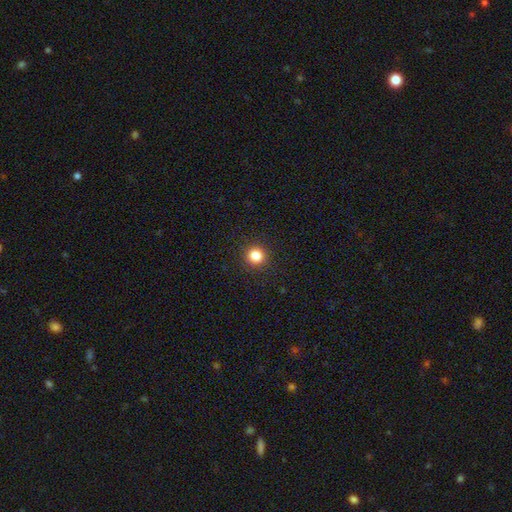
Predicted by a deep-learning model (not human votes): Smooth or featured? smooth (84%)
How rounded? round (93%)
Merging? none (92%)